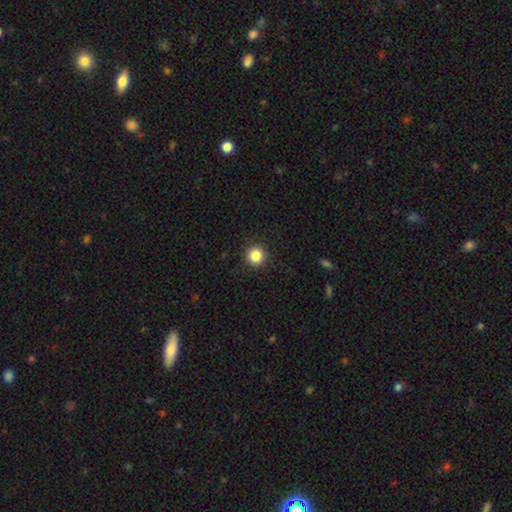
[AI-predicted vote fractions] This appears to be a smooth galaxy with no disk features (85%) that is round (95%). Merging: none (92%).